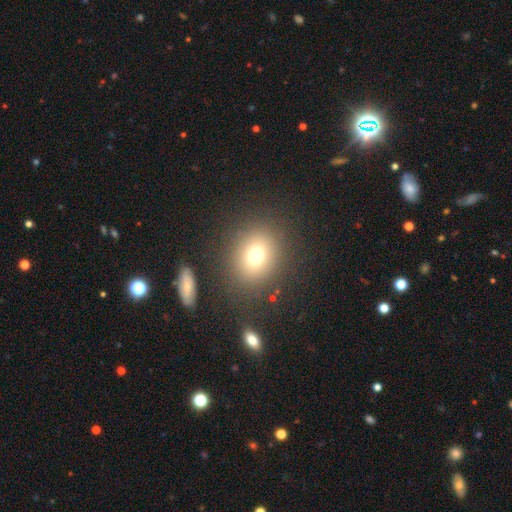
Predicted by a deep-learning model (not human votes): Smooth or featured? Predicted: smooth (p=0.75). How rounded? Predicted: round (p=0.61). Merging? Predicted: none (p=0.83).